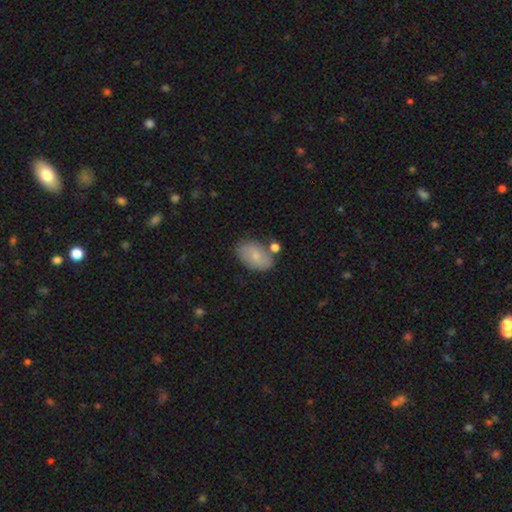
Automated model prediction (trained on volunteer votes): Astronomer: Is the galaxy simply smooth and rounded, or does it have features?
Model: smooth — 73%.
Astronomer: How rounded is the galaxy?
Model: in between — 89%.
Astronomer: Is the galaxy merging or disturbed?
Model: none — 72%.